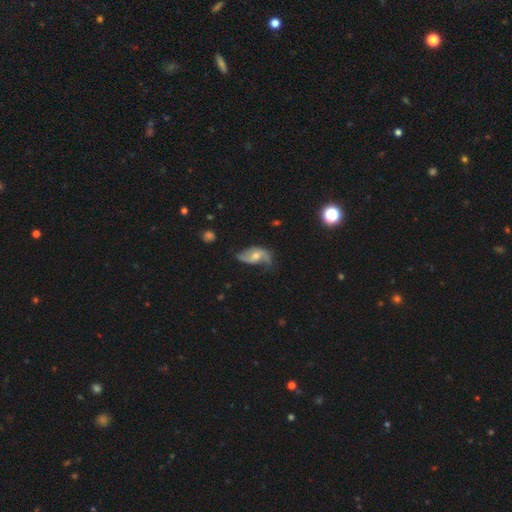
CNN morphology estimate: Smooth or featured?
  - featured or disk: 79% *
  - smooth: 14%
  - star or artifact: 7%
Edge-on disk?
  - no: 96% *
  - yes: 4%
Bar?
  - no: 63% *
  - weak: 29%
  - strong: 8%
Spiral arms?
  - yes: 92% *
  - no: 8%
Spiral winding?
  - loose: 63% *
  - medium: 27%
  - tight: 9%
Spiral arm count?
  - 2: 87% *
  - can't tell: 5%
  - 1: 5%
  - 3: 2%
  - 4: 1%
  - more than 4: 1%
Bulge size?
  - moderate: 56% *
  - small: 38%
  - large: 3%
  - none: 2%
  - dominant: 1%
Merging?
  - none: 57% *
  - minor disturbance: 27%
  - major disturbance: 14%
  - merger: 2%